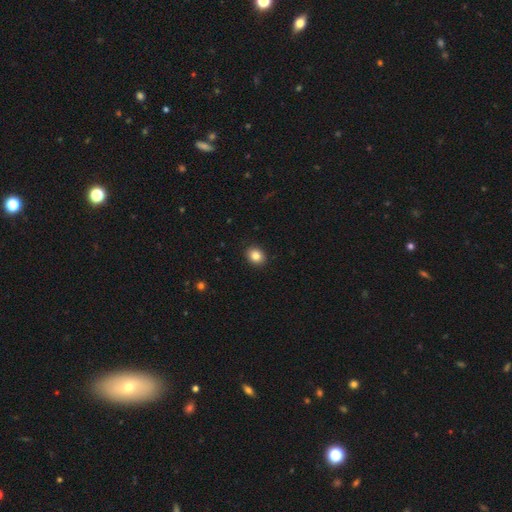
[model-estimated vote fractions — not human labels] Smooth or featured? Predicted: smooth (p=0.84). How rounded? Predicted: round (p=0.54). Merging? Predicted: none (p=0.91).